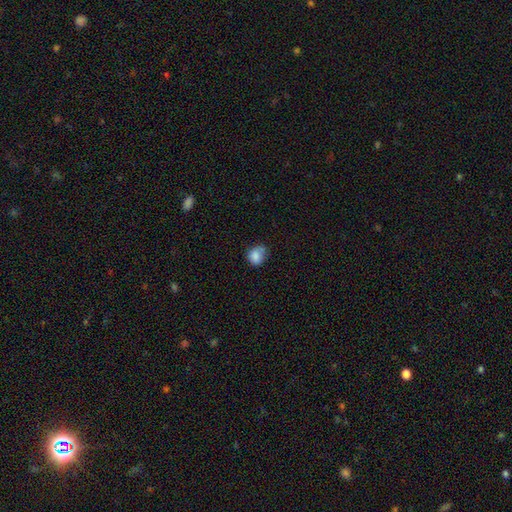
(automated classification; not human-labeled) smooth-or-featured: smooth: 83% | star or artifact: 9% | featured or disk: 8%
  how-rounded: round: 57% | in between: 42% | cigar-shaped: 1%
  merging: none: 51% | minor disturbance: 35% | major disturbance: 10% | merger: 4%